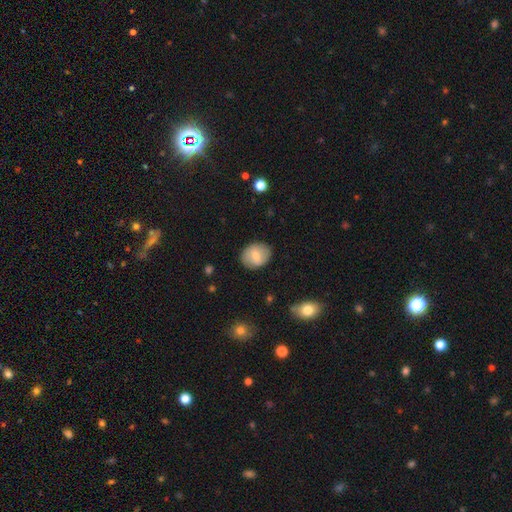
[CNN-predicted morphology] Smooth or featured: smooth — 65% (featured or disk — 27%)
How rounded: round — 57% (in between — 42%)
Merging: none — 86% (minor disturbance — 11%)